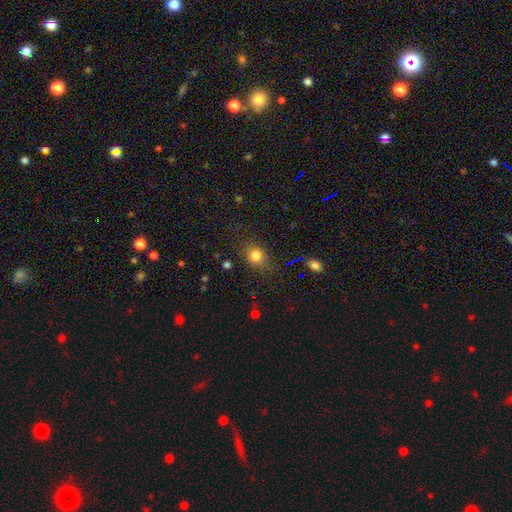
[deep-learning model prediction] A smooth galaxy with no disk features (80%) that is round (71%). Merging: none (79%).